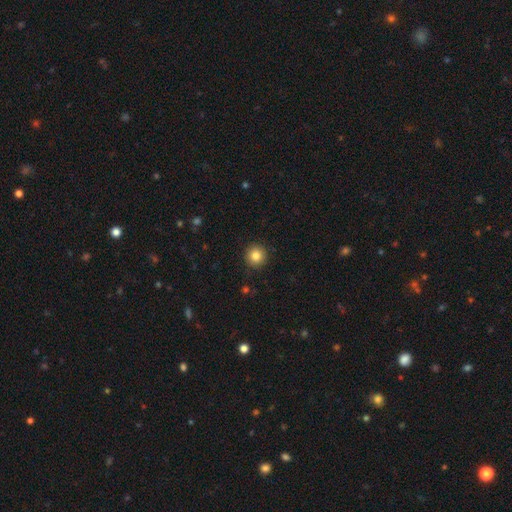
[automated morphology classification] Smooth or featured?
  - smooth: 84% *
  - star or artifact: 10%
  - featured or disk: 6%
How rounded?
  - round: 94% *
  - in between: 5%
  - cigar-shaped: 1%
Merging?
  - none: 91% *
  - minor disturbance: 6%
  - major disturbance: 2%
  - merger: 1%